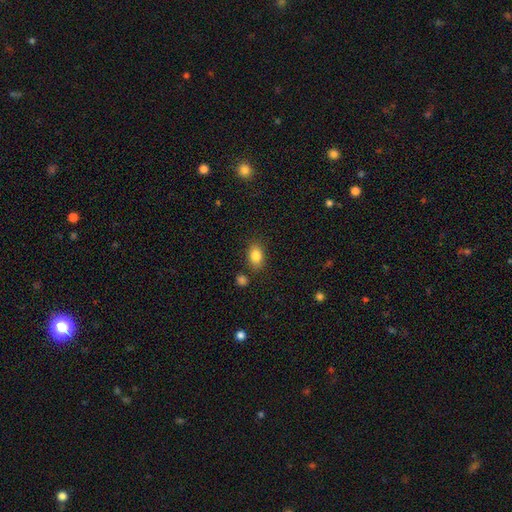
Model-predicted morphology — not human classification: This appears to be a smooth galaxy with no disk features (84%) that is in between round and cigar-shaped (79%). Merging: none (80%).